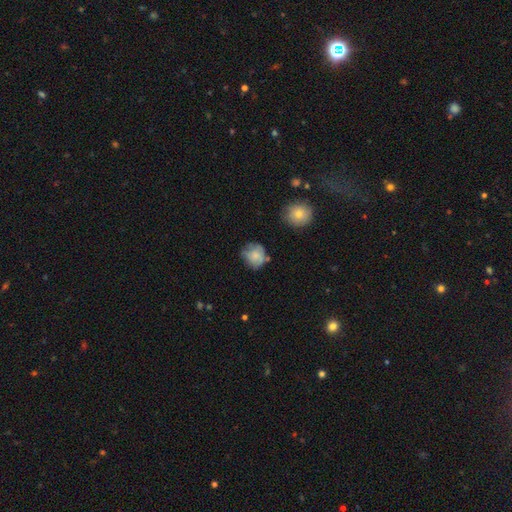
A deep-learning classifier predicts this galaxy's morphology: The model was most divided on "merging": none: 57%, minor disturbance: 28%, major disturbance: 11%, merger: 4%. More confident: how rounded — round (76%); smooth or featured — smooth (68%).